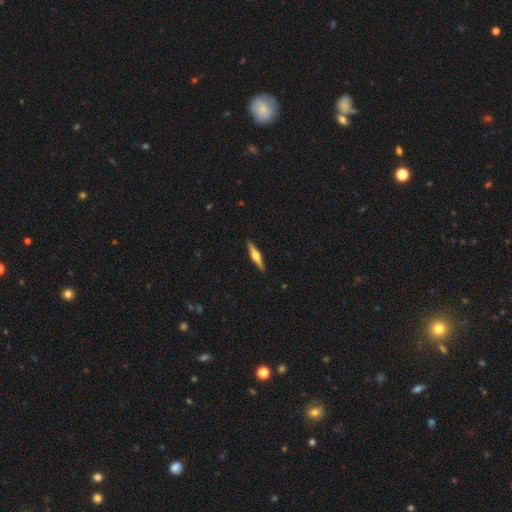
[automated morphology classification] Smooth or featured: featured or disk — 68% (smooth — 27%)
Edge-on disk: yes — 97% (no — 3%)
Edge-on bulge: rounded — 94% (boxy — 4%)
Merging: none — 91% (minor disturbance — 6%)